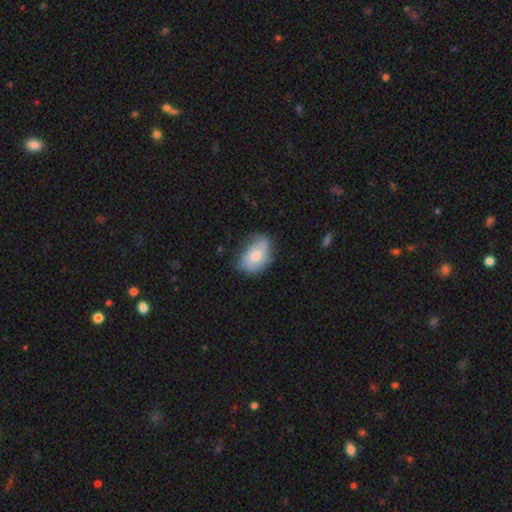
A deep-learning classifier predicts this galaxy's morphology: Smooth or featured? smooth (63%)
How rounded? in between (83%)
Merging? none (56%)